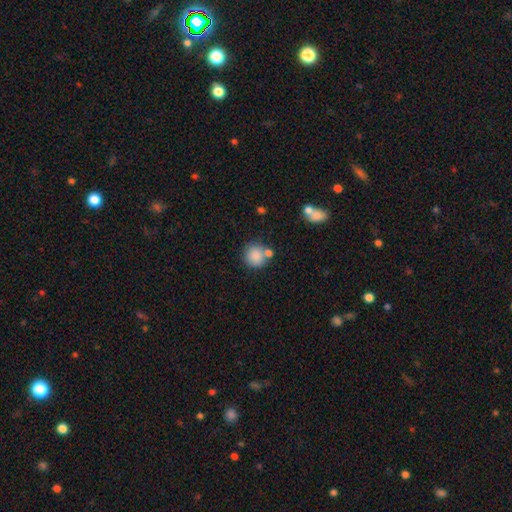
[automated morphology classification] smooth-or-featured: smooth: 85% | star or artifact: 9% | featured or disk: 6%
  how-rounded: round: 90% | in between: 9% | cigar-shaped: 1%
  merging: none: 65% | merger: 19% | minor disturbance: 12% | major disturbance: 4%